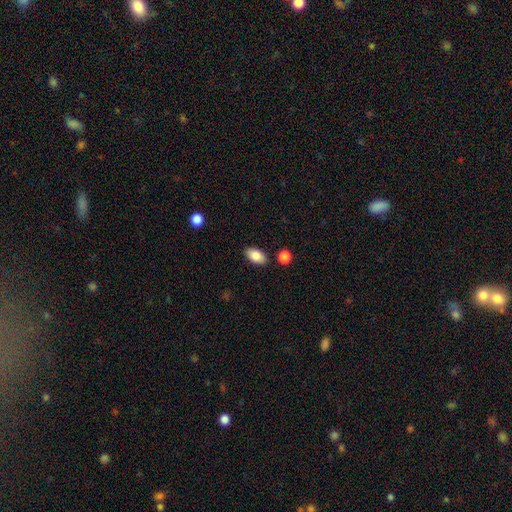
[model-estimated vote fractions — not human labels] The model was most divided on "merging": none: 85%, minor disturbance: 9%, merger: 3%, major disturbance: 2%. More confident: how rounded — in between (93%); smooth or featured — smooth (86%).